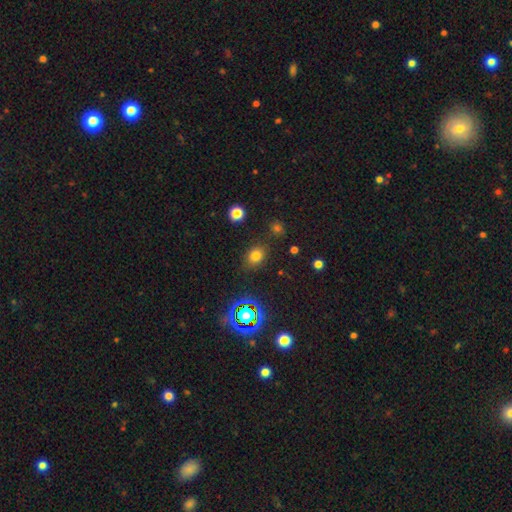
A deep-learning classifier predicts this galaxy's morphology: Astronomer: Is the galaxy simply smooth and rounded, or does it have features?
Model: smooth — 73%.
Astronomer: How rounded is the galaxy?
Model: round — 51% (runner-up: in between, 48%).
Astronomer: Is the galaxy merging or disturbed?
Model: none — 83%.